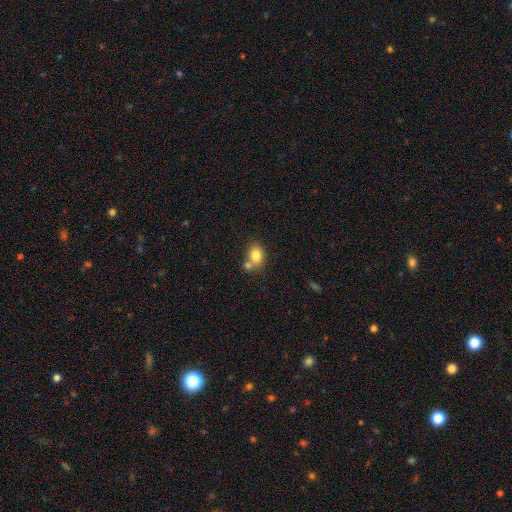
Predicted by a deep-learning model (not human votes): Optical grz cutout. It shows a smooth galaxy with no disk features (80%) that is in between round and cigar-shaped (57%). Merging: none (49%).